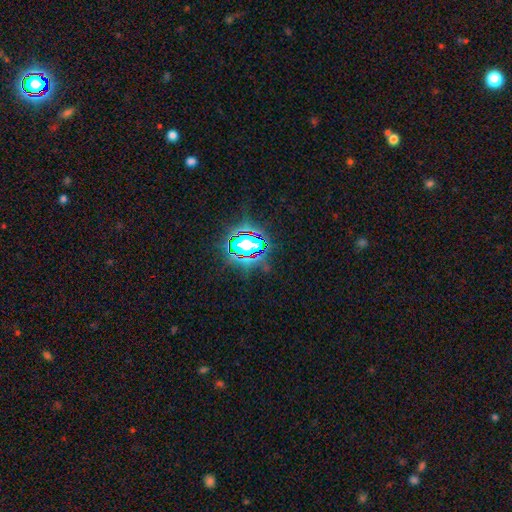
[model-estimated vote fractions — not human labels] Morphology: type=star or artifact (81%).